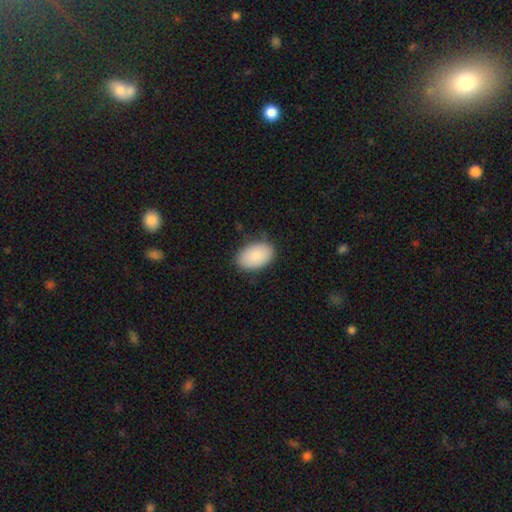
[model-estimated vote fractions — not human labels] This appears to be a smooth galaxy with no disk features (87%) that is in between round and cigar-shaped (91%). Merging: none (82%).